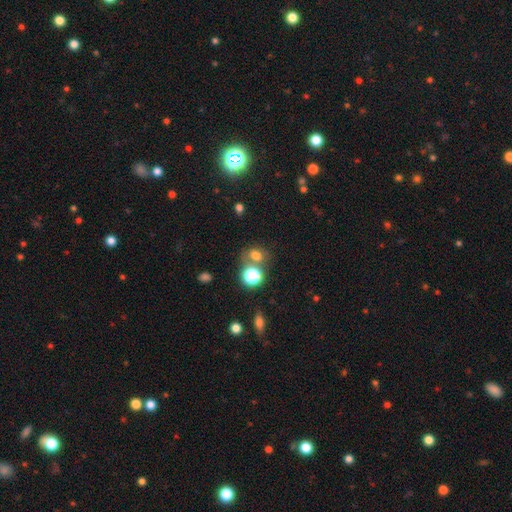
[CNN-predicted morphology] This is likely a smooth galaxy (67%). How rounded: possibly in between (51%). Merging: possibly none (53%).